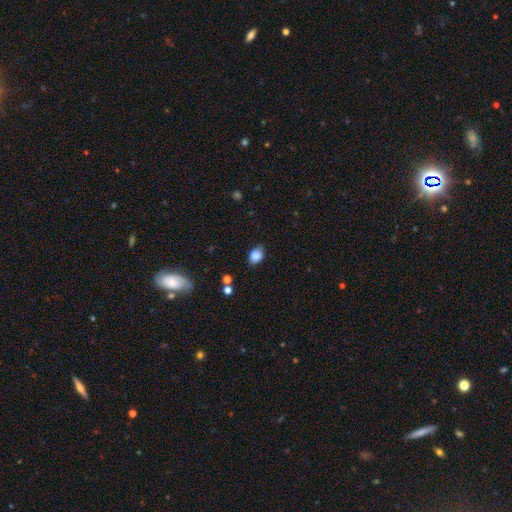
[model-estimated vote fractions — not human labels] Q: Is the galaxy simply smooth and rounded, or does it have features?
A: smooth — 86%.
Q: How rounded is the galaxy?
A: in between — 61%.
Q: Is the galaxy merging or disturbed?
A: none — 76%.